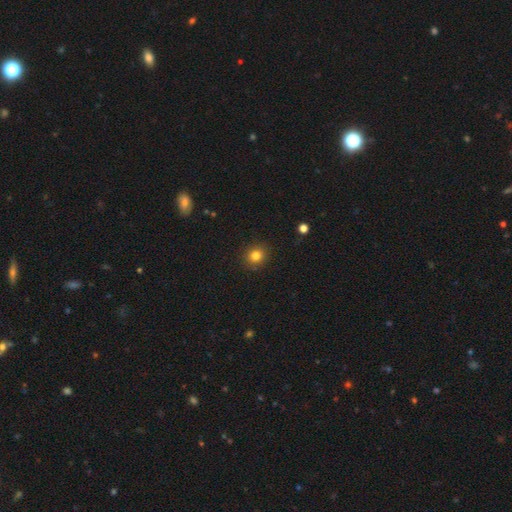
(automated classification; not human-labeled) A smooth galaxy with no disk features (82%) that is round (83%).

Vote fractions:
- Smooth or featured? smooth: 82% / star or artifact: 12% / featured or disk: 6%
- How rounded? round: 83% / in between: 16% / cigar-shaped: 1%
- Merging? none: 90% / minor disturbance: 7% / major disturbance: 2% / merger: 1%